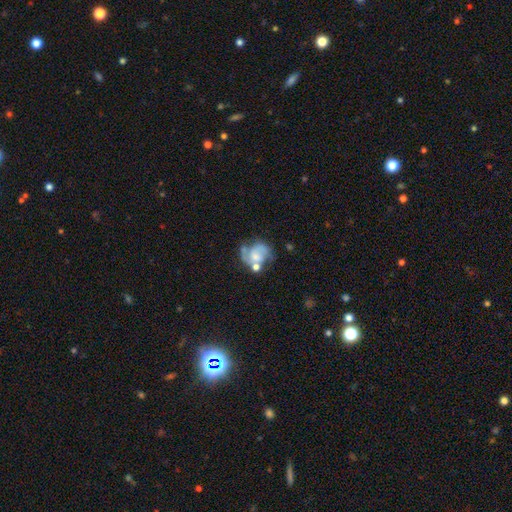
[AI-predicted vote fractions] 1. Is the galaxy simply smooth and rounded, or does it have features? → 68% featured or disk, 24% smooth, 8% star or artifact.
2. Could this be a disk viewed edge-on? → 98% no, 2% yes.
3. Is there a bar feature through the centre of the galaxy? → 64% no, 29% weak, 7% strong.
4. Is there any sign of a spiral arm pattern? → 85% yes, 15% no.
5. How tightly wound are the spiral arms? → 47% medium, 29% tight, 23% loose.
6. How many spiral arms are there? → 76% 2, 11% can't tell, 6% 1, 4% 3, 1% 4, 1% more than 4.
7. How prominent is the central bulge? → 40% small, 30% moderate, 21% none, 7% large, 2% dominant.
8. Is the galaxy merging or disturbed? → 41% none, 22% minor disturbance, 21% merger, 16% major disturbance.